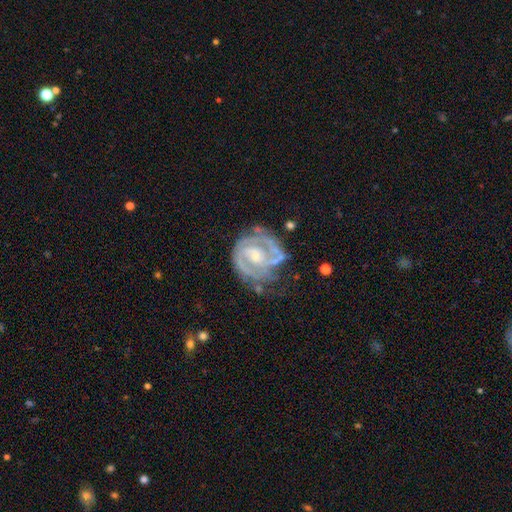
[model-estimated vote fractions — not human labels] Smooth or featured?
  - featured or disk: 89% *
  - smooth: 7%
  - star or artifact: 5%
Edge-on disk?
  - no: 98% *
  - yes: 2%
Bar?
  - no: 50% *
  - weak: 37%
  - strong: 13%
Spiral arms?
  - yes: 95% *
  - no: 5%
Spiral winding?
  - tight: 61% *
  - medium: 33%
  - loose: 6%
Spiral arm count?
  - 2: 63% *
  - can't tell: 14%
  - 3: 12%
  - 1: 5%
  - 4: 3%
  - more than 4: 3%
Bulge size?
  - small: 51% *
  - moderate: 42%
  - none: 3%
  - large: 3%
  - dominant: 1%
Merging?
  - none: 60% *
  - minor disturbance: 24%
  - major disturbance: 13%
  - merger: 3%